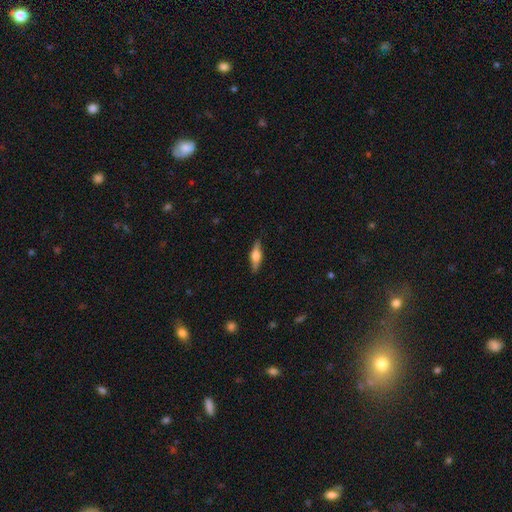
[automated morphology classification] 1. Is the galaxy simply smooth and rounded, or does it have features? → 55% featured or disk, 39% smooth, 6% star or artifact.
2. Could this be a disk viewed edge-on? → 95% yes, 5% no.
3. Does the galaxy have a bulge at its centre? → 90% rounded, 8% boxy, 2% none.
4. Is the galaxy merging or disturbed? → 88% none, 9% minor disturbance, 2% major disturbance, 1% merger.